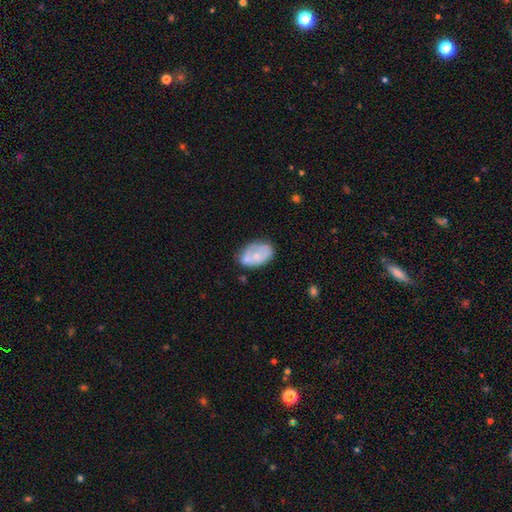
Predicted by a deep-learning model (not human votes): This is possibly a smooth galaxy (52%). How rounded: clearly in between (87%). Merging: possibly none (51%).